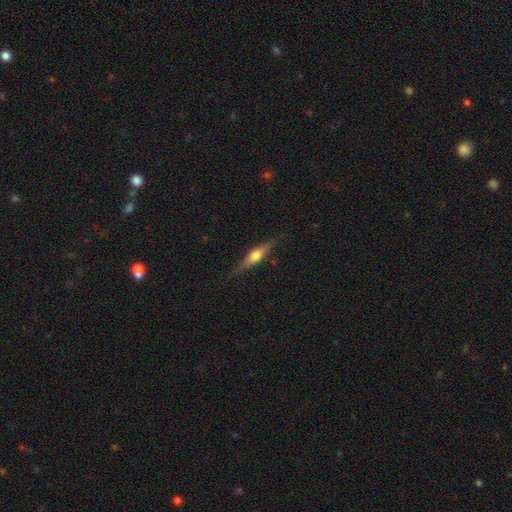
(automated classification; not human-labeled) This is possibly a featured or disk galaxy (56%). It is clearly viewed edge-on (94%). Edge-on bulge: clearly rounded (92%). Merging: clearly none (83%).